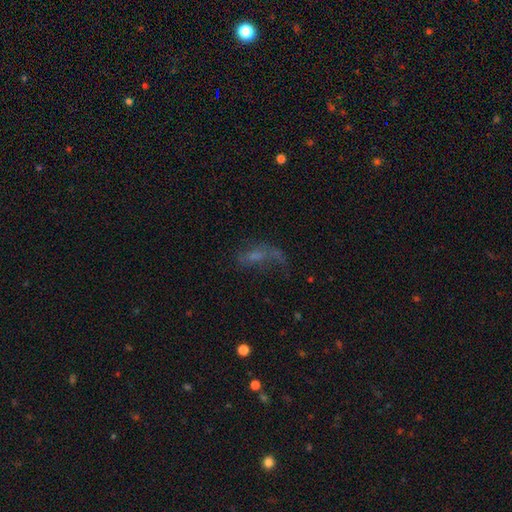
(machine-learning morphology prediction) featured or disk 44%, smooth 37%, star or artifact 19%. Down the decision tree: merging — major disturbance (42%).